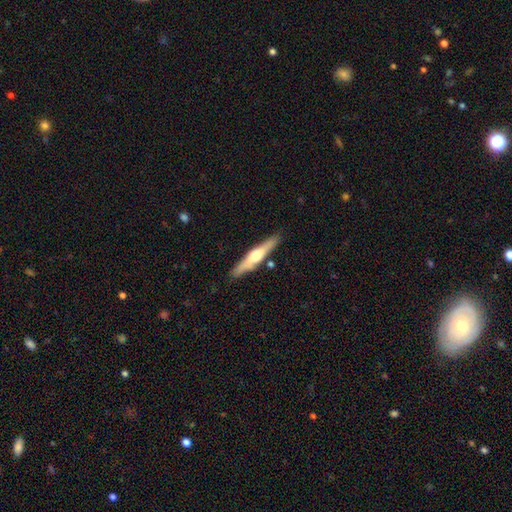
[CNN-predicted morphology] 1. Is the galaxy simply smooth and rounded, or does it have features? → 59% featured or disk, 36% smooth, 5% star or artifact.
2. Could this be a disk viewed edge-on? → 95% yes, 5% no.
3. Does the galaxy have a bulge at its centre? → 91% rounded, 5% none, 5% boxy.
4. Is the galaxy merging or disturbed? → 85% none, 10% minor disturbance, 3% merger, 2% major disturbance.